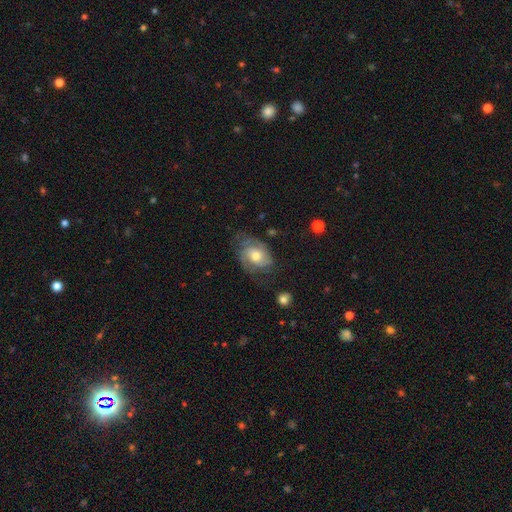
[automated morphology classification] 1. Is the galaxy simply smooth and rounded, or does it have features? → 64% featured or disk, 29% smooth, 7% star or artifact.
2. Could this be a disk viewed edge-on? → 96% no, 4% yes.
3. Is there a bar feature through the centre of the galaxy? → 74% no, 22% weak, 4% strong.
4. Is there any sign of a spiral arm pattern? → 85% yes, 15% no.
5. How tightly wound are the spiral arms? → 45% tight, 39% medium, 16% loose.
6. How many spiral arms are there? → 43% 2, 32% can't tell, 12% 3, 6% 1, 4% 4, 3% more than 4.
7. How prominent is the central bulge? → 66% moderate, 19% small, 12% large, 2% none, 1% dominant.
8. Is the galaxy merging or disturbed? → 54% none, 26% minor disturbance, 18% major disturbance, 2% merger.